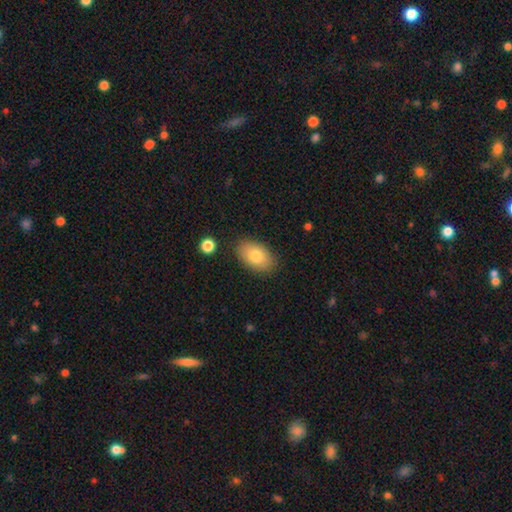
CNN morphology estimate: The model was most divided on "smooth or featured": smooth: 80%, featured or disk: 13%, star or artifact: 7%. More confident: how rounded — in between (90%); merging — none (84%).